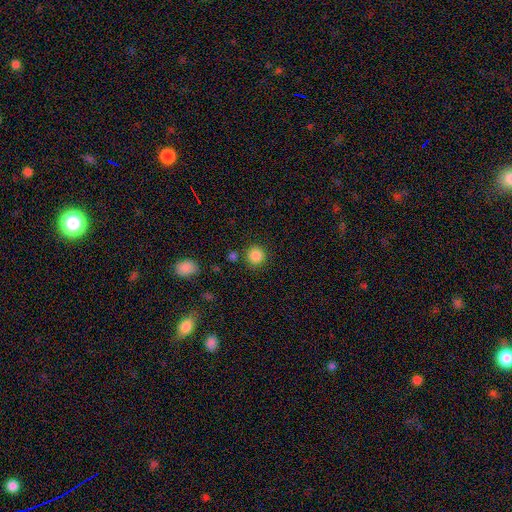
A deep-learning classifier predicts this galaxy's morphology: Smooth or featured: smooth — 86% (star or artifact — 10%)
How rounded: round — 92% (in between — 7%)
Merging: none — 86% (minor disturbance — 7%)